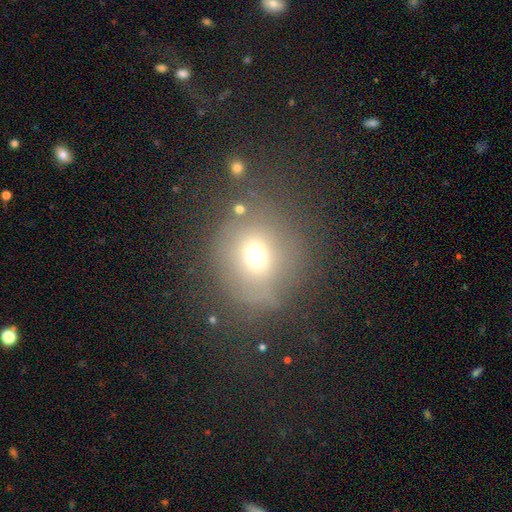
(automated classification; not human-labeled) Smooth or featured? Predicted: smooth (p=0.65). How rounded? Predicted: round (p=0.84). Merging? Predicted: none (p=0.65).